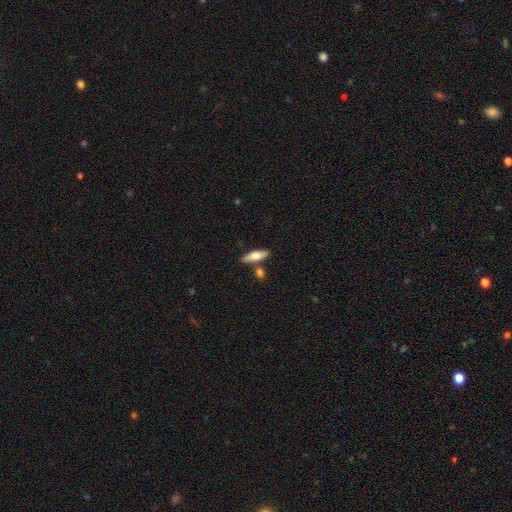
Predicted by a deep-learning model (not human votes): Q: Smooth or featured?
A: smooth (62%); runner-up: featured or disk (32%)
Q: How rounded?
A: cigar-shaped (51%); runner-up: in between (47%)
Q: Merging?
A: none (76%); runner-up: minor disturbance (11%)